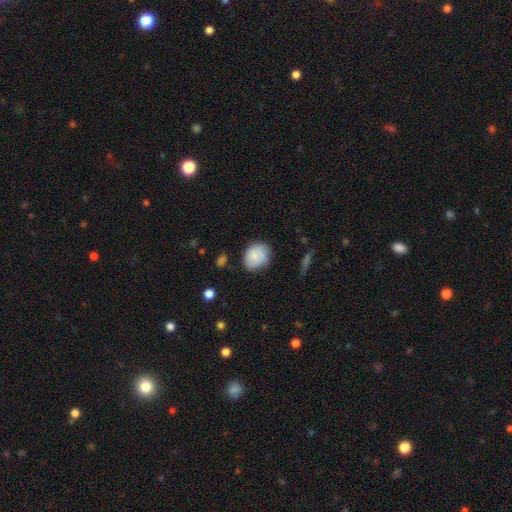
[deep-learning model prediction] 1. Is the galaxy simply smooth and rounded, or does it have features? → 76% smooth, 16% featured or disk, 8% star or artifact.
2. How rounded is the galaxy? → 53% round, 47% in between, 1% cigar-shaped.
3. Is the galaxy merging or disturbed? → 69% none, 23% minor disturbance, 5% major disturbance, 3% merger.